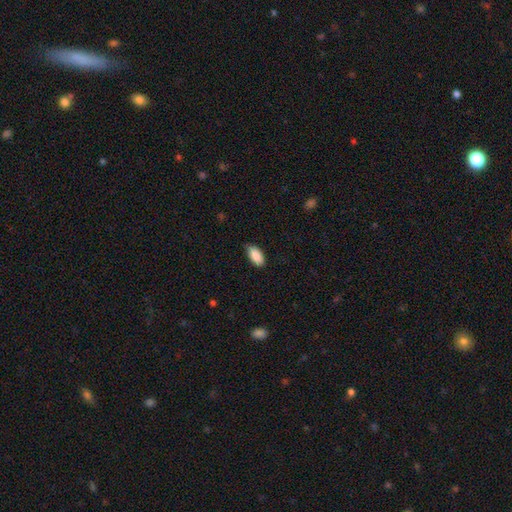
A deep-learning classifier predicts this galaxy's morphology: type=smooth (89%); roundness=in between (93%); merging=none (75%).